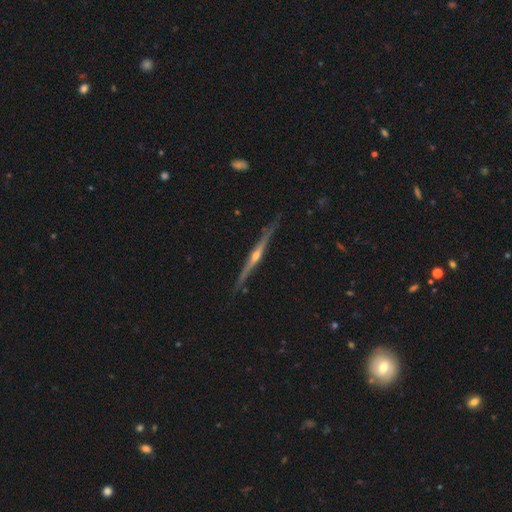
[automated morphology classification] Smooth or featured? Predicted: featured or disk (p=0.86). Edge-on disk? Predicted: yes (p=0.98). Edge-on bulge? Predicted: rounded (p=0.90). Merging? Predicted: none (p=0.89).